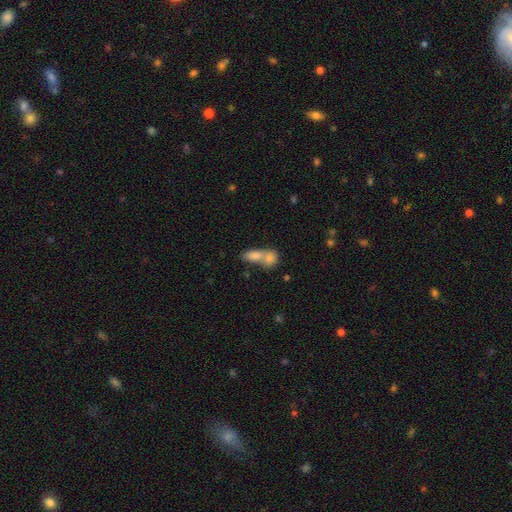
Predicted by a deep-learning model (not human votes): Smooth or featured? smooth (76%)
How rounded? in between (70%)
Merging? merger (68%)